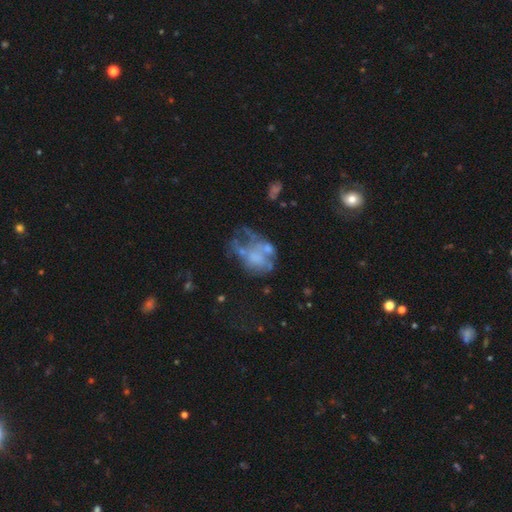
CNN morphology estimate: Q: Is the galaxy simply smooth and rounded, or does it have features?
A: featured or disk — 55%.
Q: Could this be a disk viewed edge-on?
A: no — 98%.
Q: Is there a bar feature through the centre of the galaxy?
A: no — 90%.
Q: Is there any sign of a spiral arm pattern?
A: no — 88%.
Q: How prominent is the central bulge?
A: none — 63%.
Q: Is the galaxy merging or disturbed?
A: major disturbance — 37%.